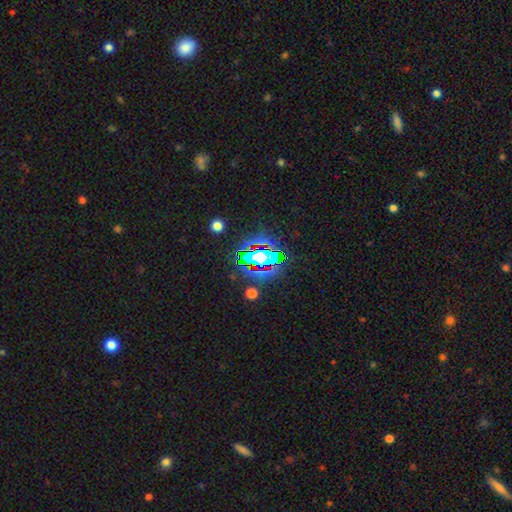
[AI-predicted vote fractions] A star or artifact, not a galaxy (76%).

Vote fractions:
- Smooth or featured? star or artifact: 76% / smooth: 13% / featured or disk: 11%